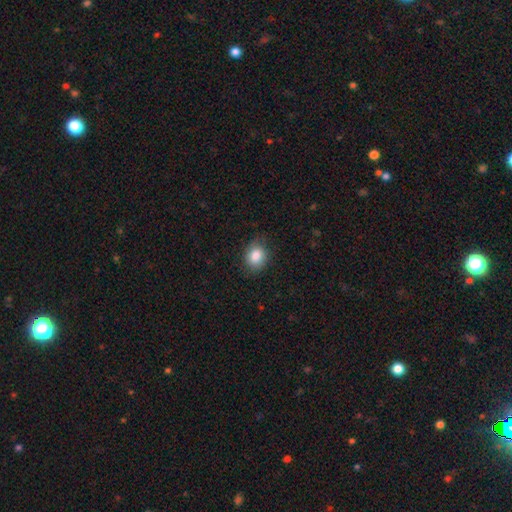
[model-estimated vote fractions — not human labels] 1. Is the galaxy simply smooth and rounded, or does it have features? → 85% smooth, 9% star or artifact, 7% featured or disk.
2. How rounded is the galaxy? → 50% in between, 49% round, 1% cigar-shaped.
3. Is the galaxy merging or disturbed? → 79% none, 16% minor disturbance, 4% major disturbance, 1% merger.